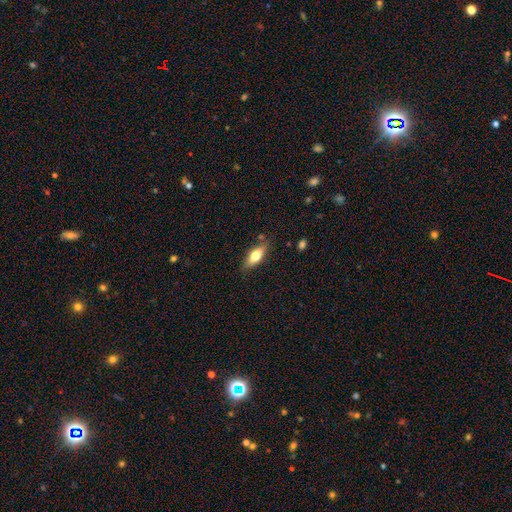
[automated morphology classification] Overall: smooth (62%; featured or disk 31%). How rounded: in between (64%; cigar-shaped 33%). Merging: none (79%).